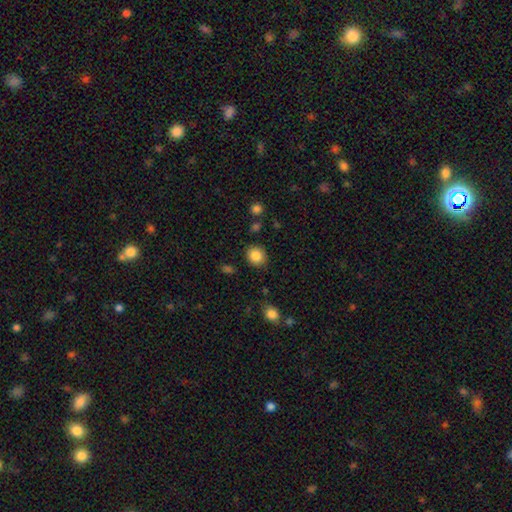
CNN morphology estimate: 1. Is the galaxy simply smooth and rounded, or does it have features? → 85% smooth, 10% star or artifact, 5% featured or disk.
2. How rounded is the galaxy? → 77% round, 22% in between, 1% cigar-shaped.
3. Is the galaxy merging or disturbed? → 86% none, 9% minor disturbance, 3% major disturbance, 2% merger.